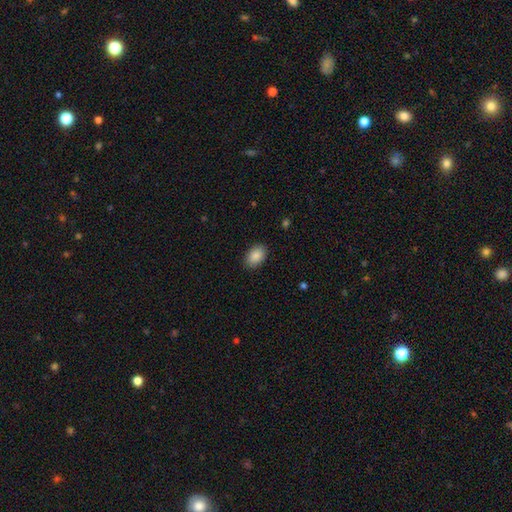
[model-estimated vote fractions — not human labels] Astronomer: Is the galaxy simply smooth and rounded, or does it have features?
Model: smooth — 89%.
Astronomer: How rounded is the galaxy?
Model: in between — 89%.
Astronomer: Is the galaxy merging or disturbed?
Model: none — 88%.